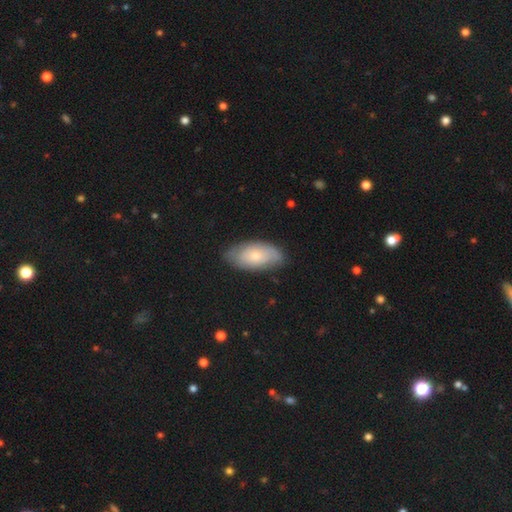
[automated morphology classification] A smooth galaxy with no disk features (56%) that is in between round and cigar-shaped (93%). Merging: none (75%).